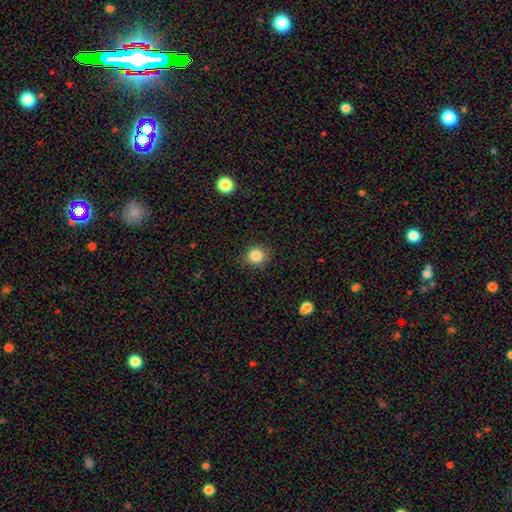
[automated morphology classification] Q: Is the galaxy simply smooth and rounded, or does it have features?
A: smooth — 84%.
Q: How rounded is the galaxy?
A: round — 85%.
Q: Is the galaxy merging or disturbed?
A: none — 88%.